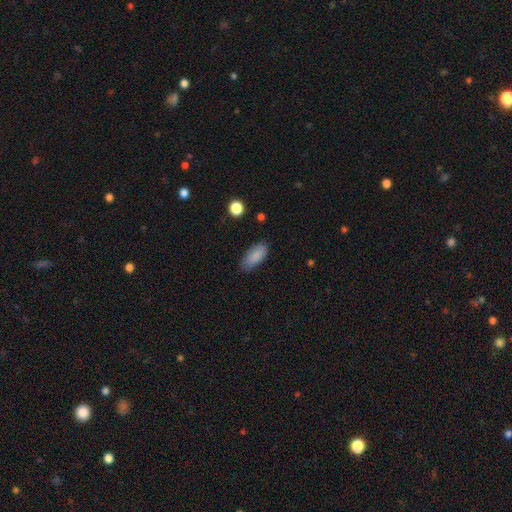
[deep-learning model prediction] Smooth or featured? Predicted: smooth (p=0.87). How rounded? Predicted: in between (p=0.87). Merging? Predicted: none (p=0.76).